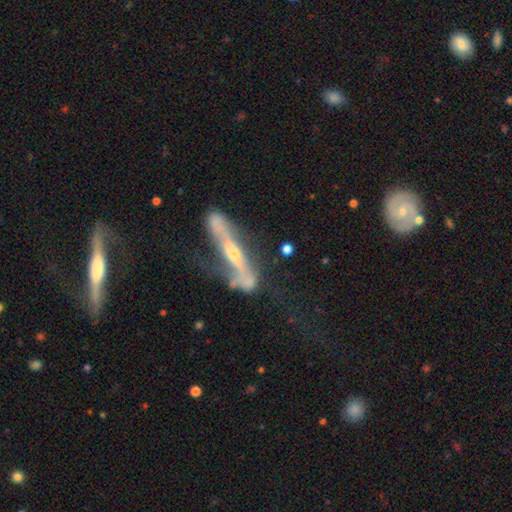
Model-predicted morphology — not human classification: A featured or disk galaxy (77%) viewed edge-on (62%).

Vote fractions:
- Smooth or featured? featured or disk: 77% / smooth: 14% / star or artifact: 10%
- Edge-on disk? yes: 62% / no: 38%
- Merging? none: 37% / major disturbance: 31% / minor disturbance: 21% / merger: 12%